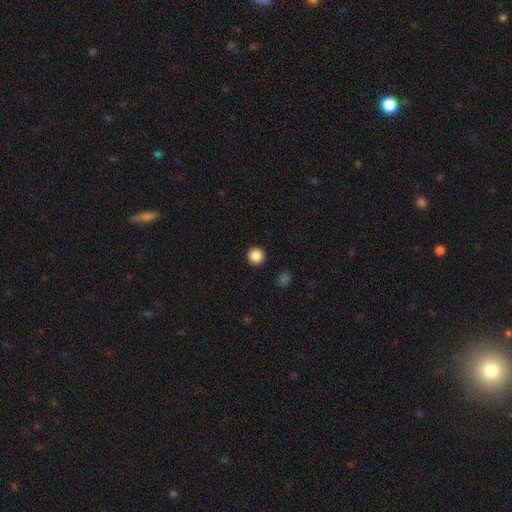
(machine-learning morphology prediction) smooth-or-featured: smooth: 88% | star or artifact: 9% | featured or disk: 3%
  how-rounded: round: 96% | in between: 3% | cigar-shaped: 1%
  merging: none: 94% | minor disturbance: 4% | major disturbance: 2% | merger: 1%